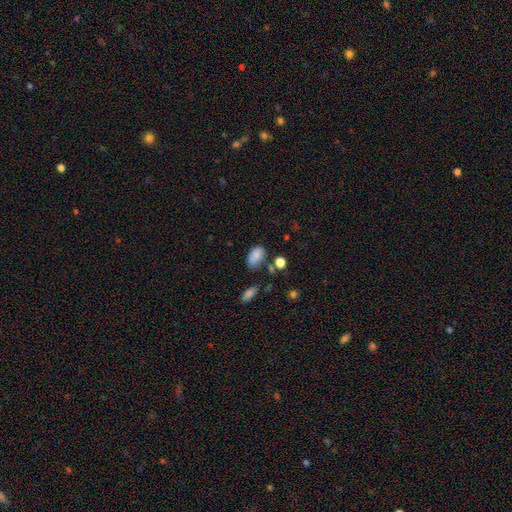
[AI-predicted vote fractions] This is clearly a smooth galaxy (83%). How rounded: clearly in between (89%). Merging: likely none (63%).